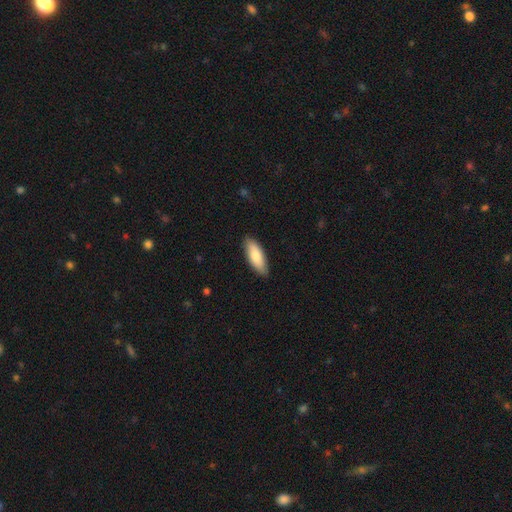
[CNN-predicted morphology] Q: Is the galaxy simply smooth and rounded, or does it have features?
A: smooth — 82%.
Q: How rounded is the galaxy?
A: in between — 73%.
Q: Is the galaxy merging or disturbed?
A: none — 87%.